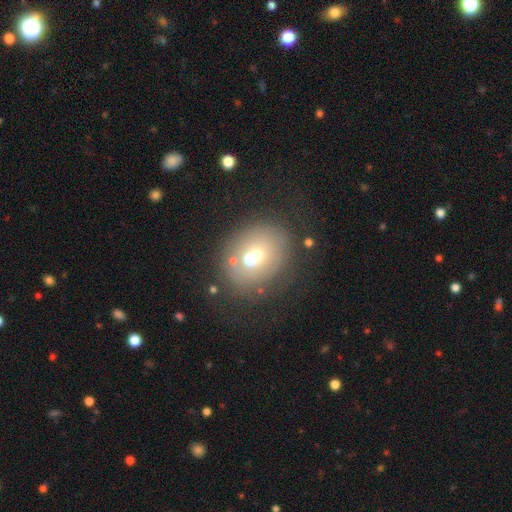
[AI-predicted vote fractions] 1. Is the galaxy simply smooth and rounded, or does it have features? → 55% smooth, 32% featured or disk, 14% star or artifact.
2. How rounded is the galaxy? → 55% round, 44% in between, 1% cigar-shaped.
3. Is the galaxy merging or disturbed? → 59% none, 17% merger, 15% minor disturbance, 8% major disturbance.